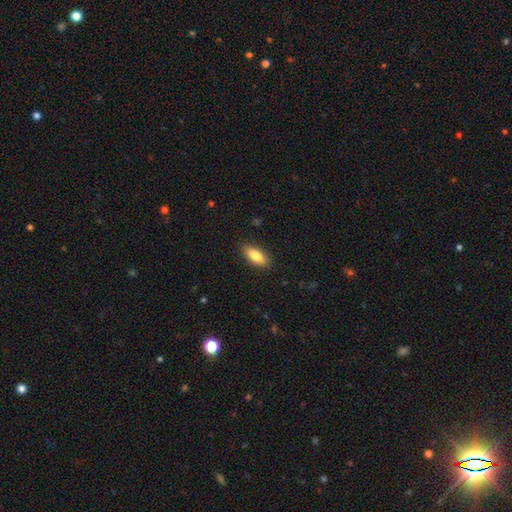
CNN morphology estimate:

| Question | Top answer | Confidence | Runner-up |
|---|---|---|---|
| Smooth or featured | smooth | 81% | featured or disk (12%) |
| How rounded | in between | 82% | cigar-shaped (15%) |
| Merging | none | 88% | minor disturbance (9%) |